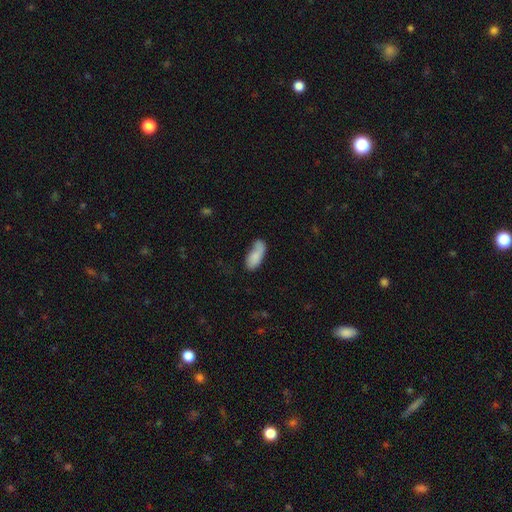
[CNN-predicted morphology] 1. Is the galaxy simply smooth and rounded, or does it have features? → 80% smooth, 13% featured or disk, 7% star or artifact.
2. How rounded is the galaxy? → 85% in between, 12% cigar-shaped, 2% round.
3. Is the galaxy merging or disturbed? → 46% none, 29% minor disturbance, 14% major disturbance, 11% merger.